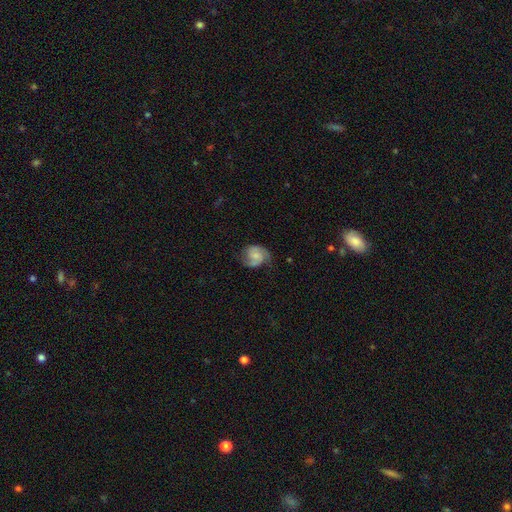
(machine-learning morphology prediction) type=featured or disk (68%); edge-on=no (98%); bar=no (57%); spiral arms=yes (92%); winding=medium (47%); arm count=2 (81%); bulge=small (50%); merging=none (63%).